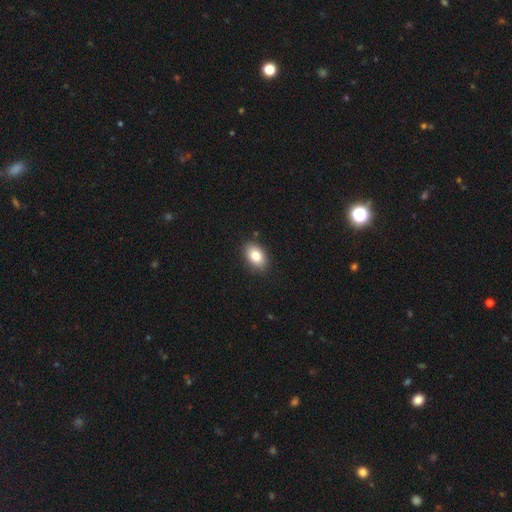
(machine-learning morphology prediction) smooth 83%, featured or disk 9%, star or artifact 8%. Down the decision tree: how rounded — in between (88%); merging — none (87%).